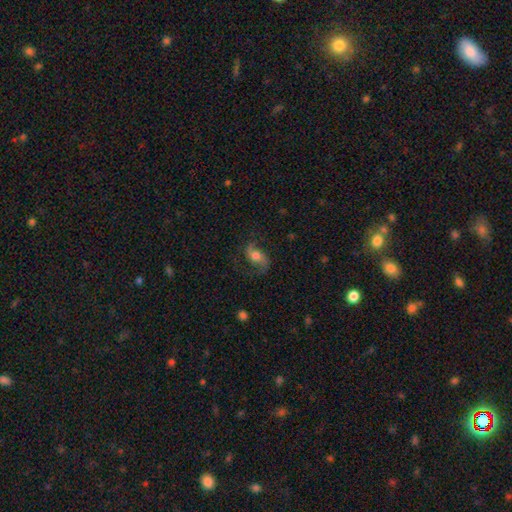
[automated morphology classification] Smooth or featured: featured or disk — 69% (smooth — 24%)
Edge-on disk: no — 95% (yes — 5%)
Bar: no — 49% (weak — 34%)
Spiral arms: yes — 92% (no — 8%)
Spiral winding: loose — 62% (medium — 31%)
Spiral arm count: 2 — 88% (1 — 6%)
Bulge size: moderate — 65% (small — 17%)
Merging: none — 65% (minor disturbance — 18%)